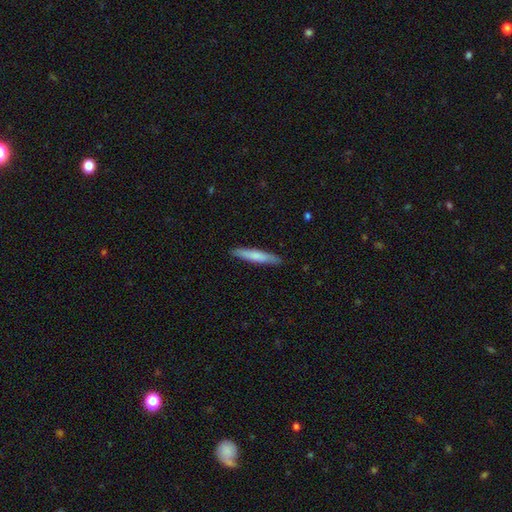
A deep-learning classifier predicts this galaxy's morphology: Smooth or featured? Predicted: smooth (p=0.73). How rounded? Predicted: cigar-shaped (p=0.92). Merging? Predicted: none (p=0.89).